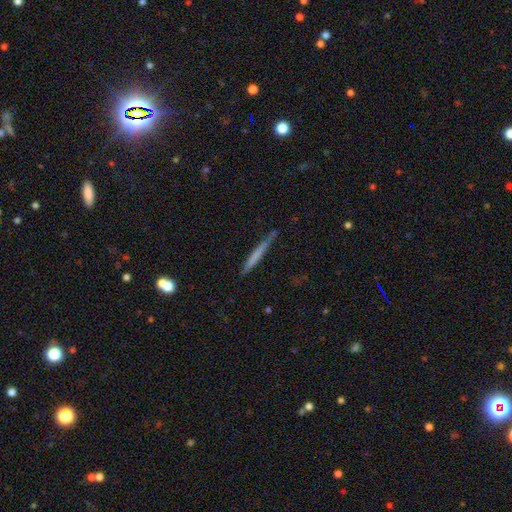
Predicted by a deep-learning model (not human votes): Morphology: type=smooth (59%); roundness=cigar-shaped (97%); merging=none (82%).